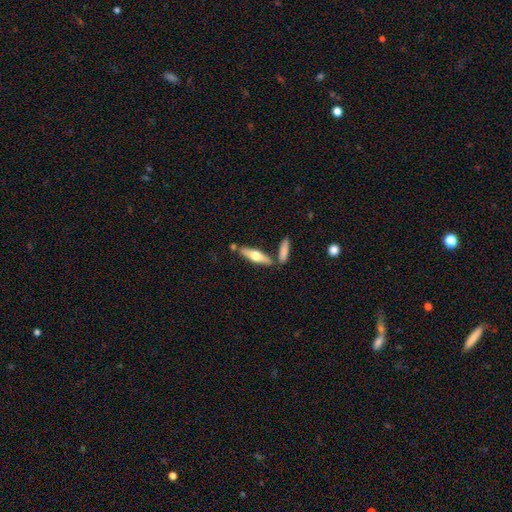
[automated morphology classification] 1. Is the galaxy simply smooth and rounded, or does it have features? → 49% smooth, 46% featured or disk, 5% star or artifact.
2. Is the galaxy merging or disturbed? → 72% none, 14% merger, 12% minor disturbance, 3% major disturbance.